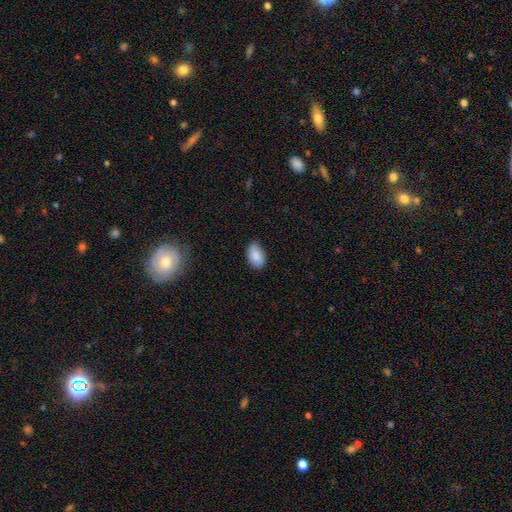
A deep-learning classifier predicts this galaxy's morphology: Smooth or featured? smooth (88%)
How rounded? in between (93%)
Merging? none (82%)